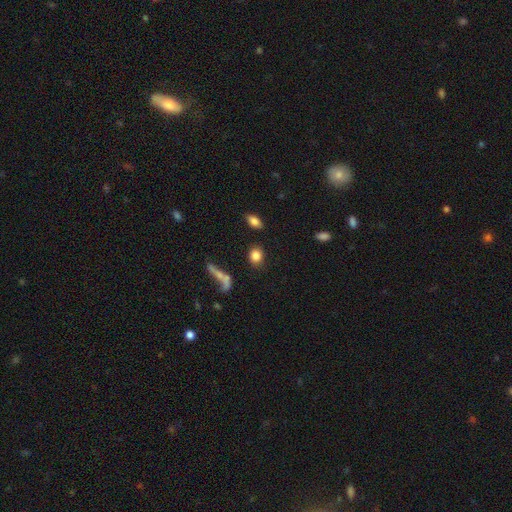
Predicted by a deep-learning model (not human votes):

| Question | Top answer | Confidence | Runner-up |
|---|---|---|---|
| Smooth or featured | smooth | 83% | star or artifact (9%) |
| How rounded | round | 58% | in between (38%) |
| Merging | none | 78% | minor disturbance (10%) |